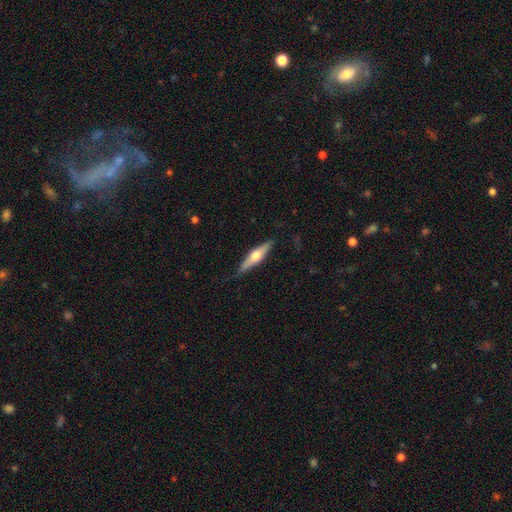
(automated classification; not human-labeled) Q: Smooth or featured?
A: featured or disk (59%); runner-up: smooth (36%)
Q: Edge-on disk?
A: yes (95%); runner-up: no (5%)
Q: Edge-on bulge?
A: rounded (94%); runner-up: boxy (4%)
Q: Merging?
A: none (85%); runner-up: minor disturbance (12%)